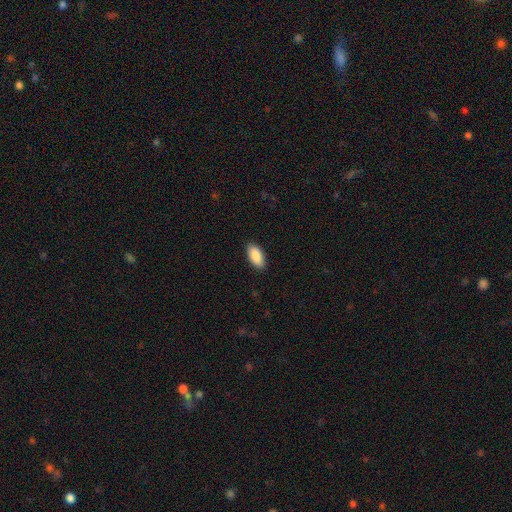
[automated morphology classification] Smooth or featured? smooth (89%)
How rounded? in between (92%)
Merging? none (89%)